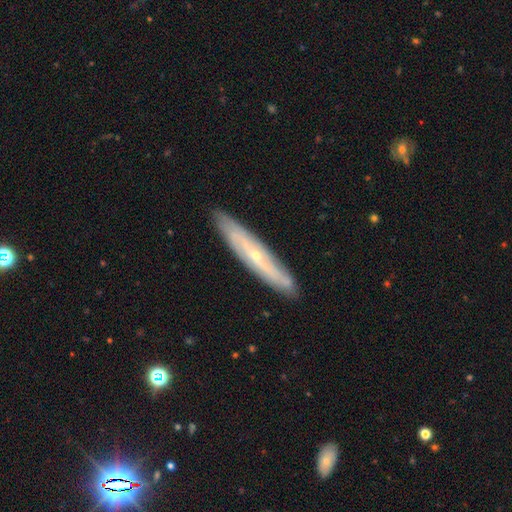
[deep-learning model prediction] This is likely a featured or disk galaxy (69%). It is likely viewed edge-on (65%). Merging: clearly none (88%).